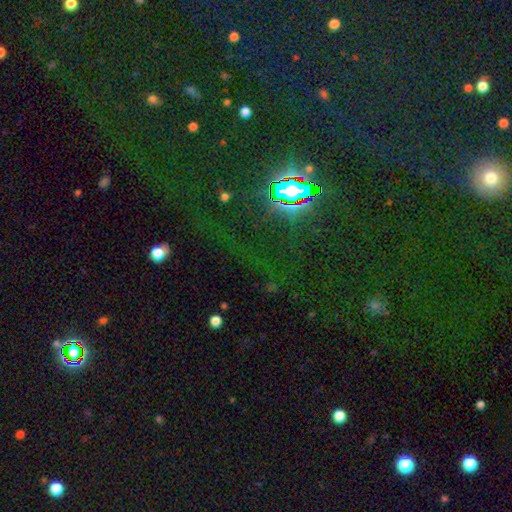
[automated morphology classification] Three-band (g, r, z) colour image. It shows a star or artifact, not a galaxy (80%).